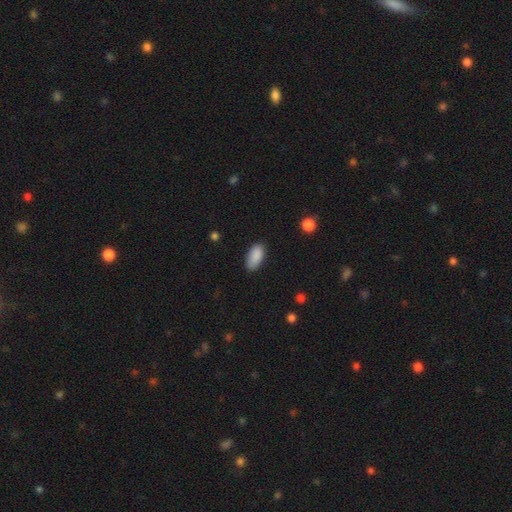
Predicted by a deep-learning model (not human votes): Smooth or featured: smooth — 89% (star or artifact — 7%)
How rounded: in between — 91% (cigar-shaped — 6%)
Merging: none — 81% (minor disturbance — 15%)